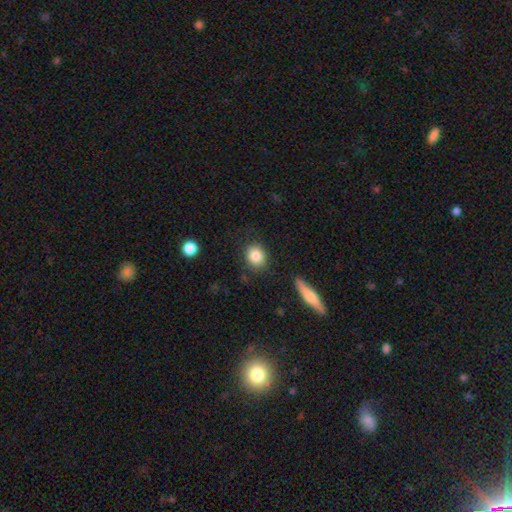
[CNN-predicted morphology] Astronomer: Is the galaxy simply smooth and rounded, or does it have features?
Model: smooth — 85%.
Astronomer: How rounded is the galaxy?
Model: round — 72%.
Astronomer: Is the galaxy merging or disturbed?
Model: none — 82%.